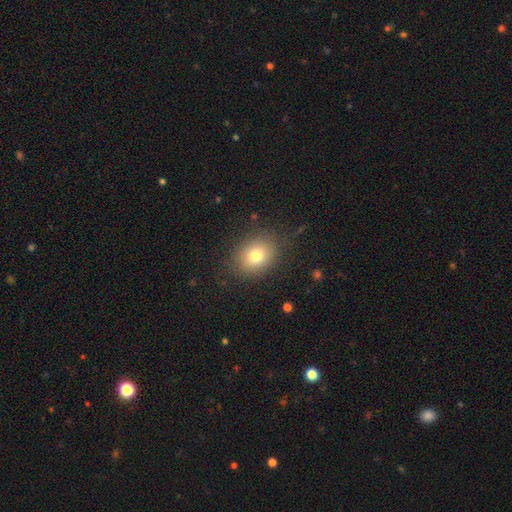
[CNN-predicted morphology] Smooth or featured? smooth (76%)
How rounded? round (52%)
Merging? none (84%)